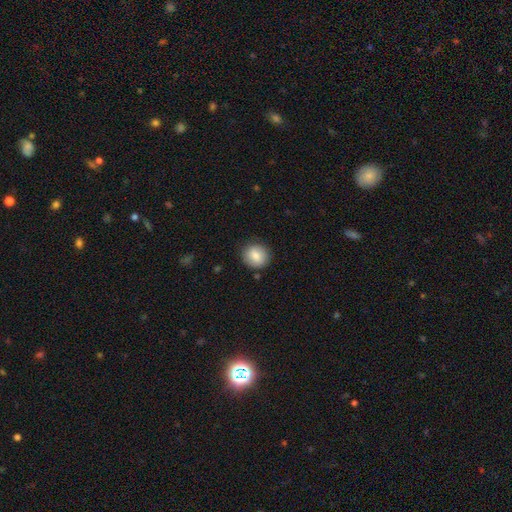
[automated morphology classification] Smooth or featured? smooth (80%)
How rounded? round (85%)
Merging? none (86%)